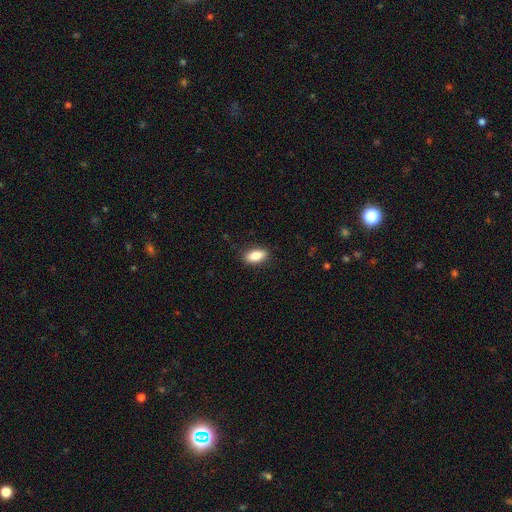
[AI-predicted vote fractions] smooth_or_featured: smooth (p=0.85) [alt: featured or disk p=0.08]
how_rounded: in between (p=0.87) [alt: cigar-shaped p=0.09]
merging: none (p=0.88) [alt: minor disturbance p=0.09]